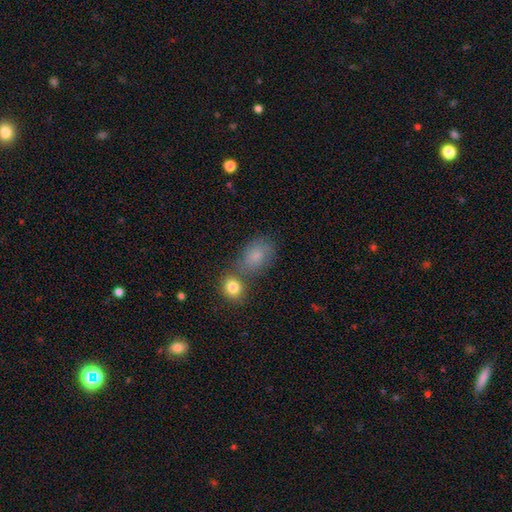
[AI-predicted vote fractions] Smooth or featured?
  - smooth: 76% *
  - featured or disk: 14%
  - star or artifact: 11%
How rounded?
  - in between: 74% *
  - round: 25%
  - cigar-shaped: 2%
Merging?
  - none: 54% *
  - merger: 24%
  - minor disturbance: 16%
  - major disturbance: 6%